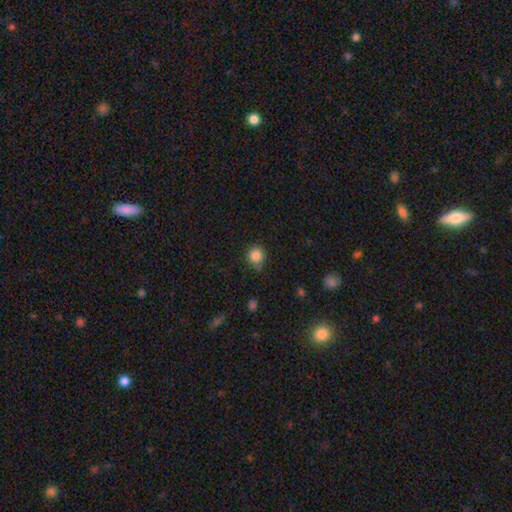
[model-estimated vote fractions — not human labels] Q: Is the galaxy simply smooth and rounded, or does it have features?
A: smooth — 84%.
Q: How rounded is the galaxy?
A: round — 90%.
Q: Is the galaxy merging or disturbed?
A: none — 71%.